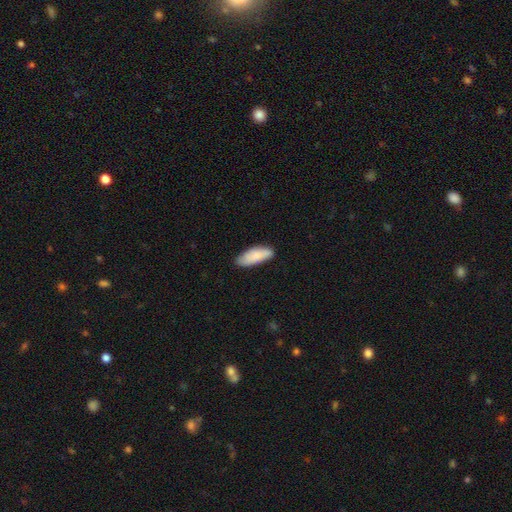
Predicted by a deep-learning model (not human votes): Overall: smooth (81%). How rounded: in between (75%). Merging: none (76%).